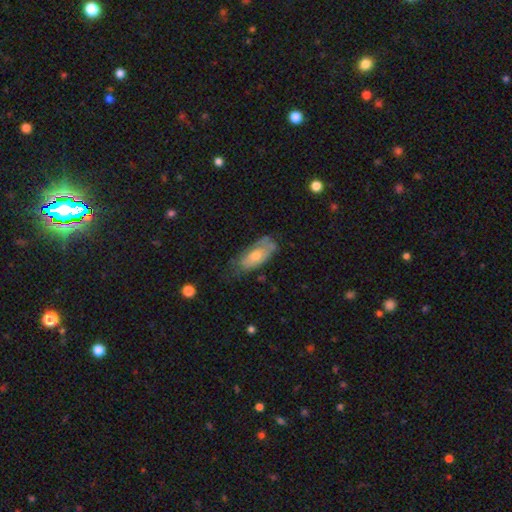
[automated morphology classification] A smooth galaxy with no disk features (57%) that is in between round and cigar-shaped (83%). Merging: none (48%).